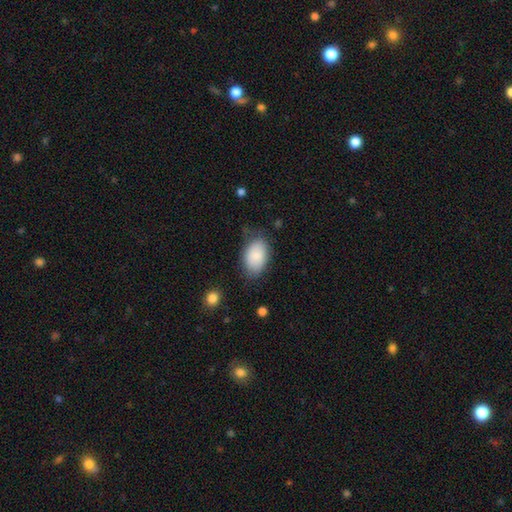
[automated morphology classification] This is clearly a smooth galaxy (86%). How rounded: clearly in between (91%). Merging: likely none (72%).